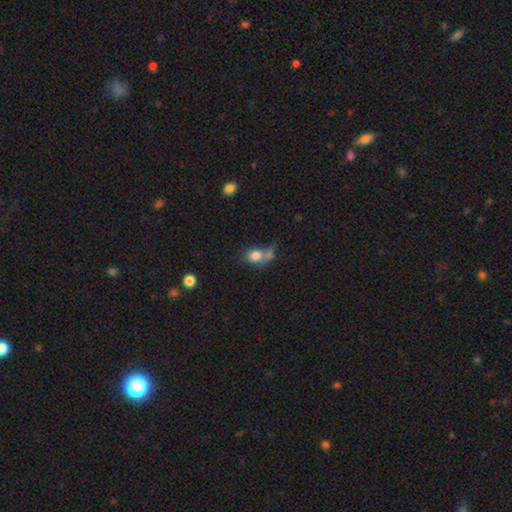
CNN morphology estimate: smooth 79%, featured or disk 11%, star or artifact 10%. Down the decision tree: how rounded — in between (57%); merging — merger (43%).